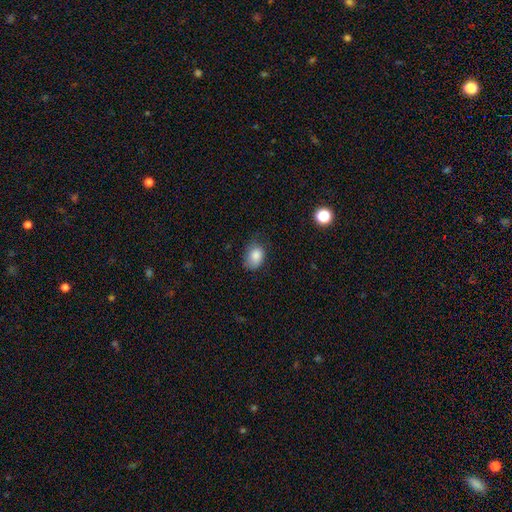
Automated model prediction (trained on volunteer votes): This appears to be a smooth galaxy with no disk features (85%) that is in between round and cigar-shaped (72%). Merging: none (64%).